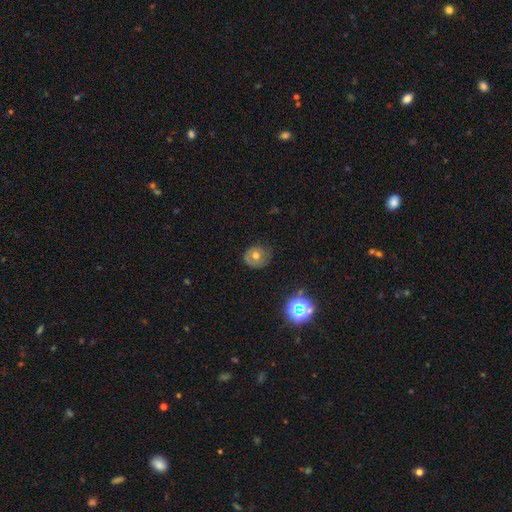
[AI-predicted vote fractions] This is possibly a smooth galaxy (53%). How rounded: likely round (77%). Merging: likely none (67%).